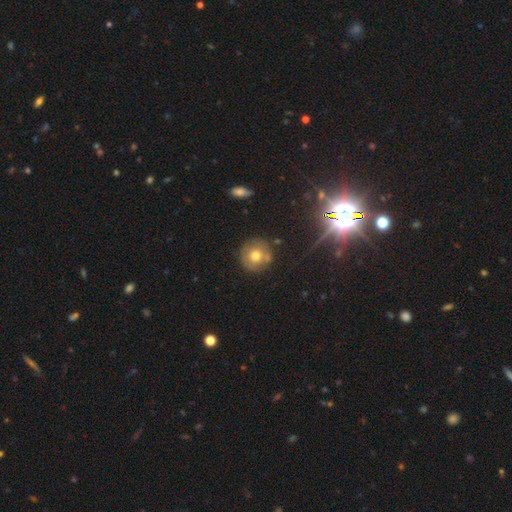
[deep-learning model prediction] This is likely a smooth galaxy (61%). How rounded: clearly round (92%). Merging: likely none (76%).